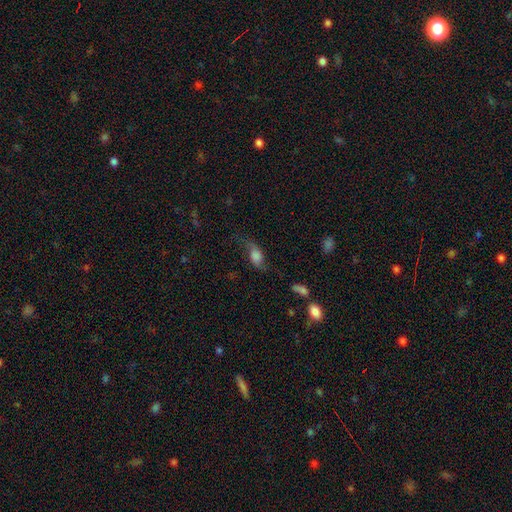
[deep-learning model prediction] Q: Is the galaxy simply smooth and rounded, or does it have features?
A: smooth — 49%.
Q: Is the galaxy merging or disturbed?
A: none — 46%.